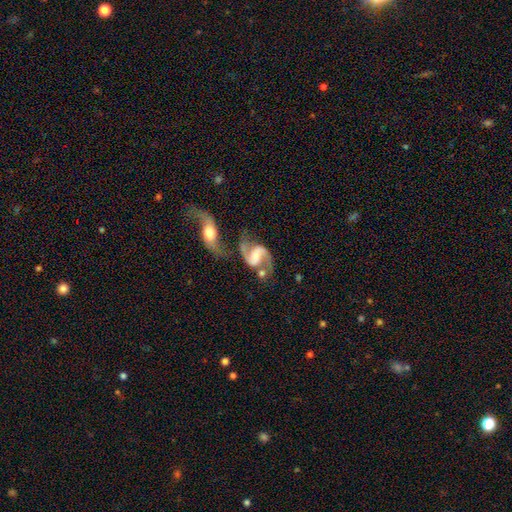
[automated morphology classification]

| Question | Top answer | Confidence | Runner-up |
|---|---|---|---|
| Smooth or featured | featured or disk | 90% | smooth (5%) |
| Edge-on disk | no | 98% | yes (2%) |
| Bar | weak | 46% | strong (29%) |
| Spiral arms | yes | 97% | no (3%) |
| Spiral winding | medium | 46% | loose (45%) |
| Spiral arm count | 2 | 93% | 1 (2%) |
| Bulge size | moderate | 38% | small (34%) |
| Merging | none | 42% | merger (33%) |